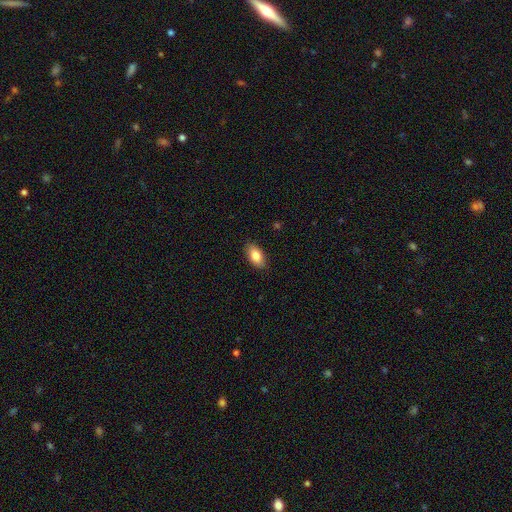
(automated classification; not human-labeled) Smooth or featured: smooth — 84% (featured or disk — 9%)
How rounded: in between — 93% (round — 4%)
Merging: none — 88% (minor disturbance — 9%)